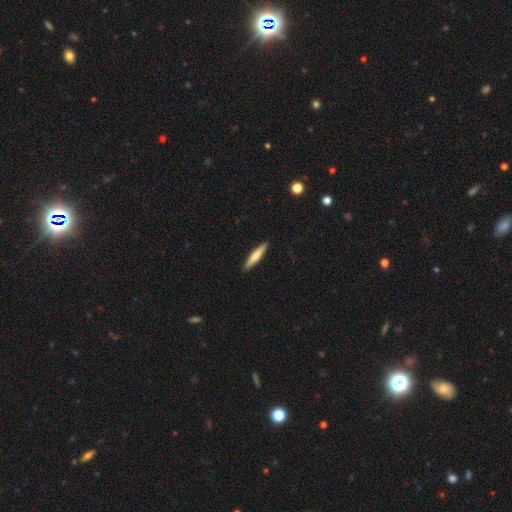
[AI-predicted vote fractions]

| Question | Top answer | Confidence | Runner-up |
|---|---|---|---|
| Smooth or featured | smooth | 60% | featured or disk (34%) |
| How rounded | cigar-shaped | 90% | in between (9%) |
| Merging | none | 91% | minor disturbance (6%) |